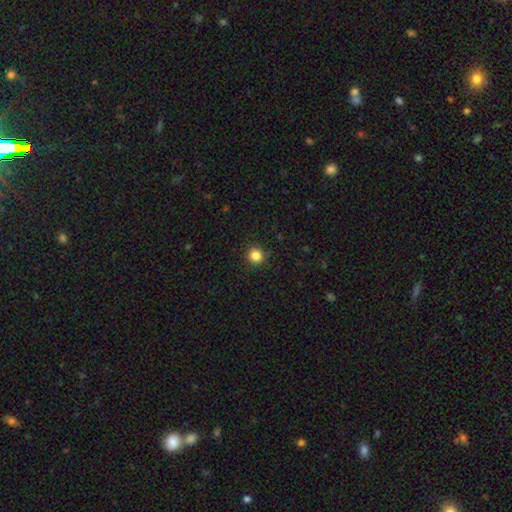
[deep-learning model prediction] This is clearly a smooth galaxy (85%). How rounded: clearly round (94%). Merging: clearly none (92%).